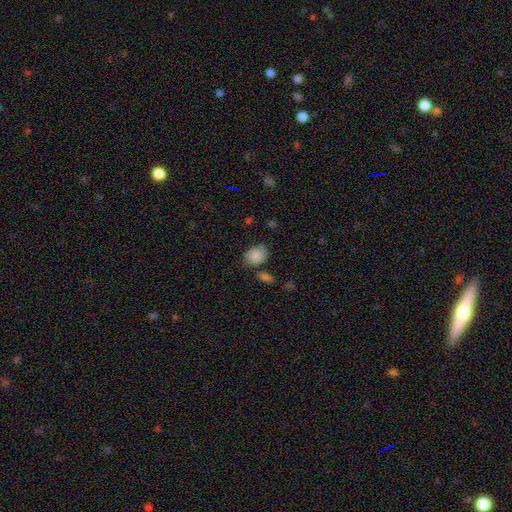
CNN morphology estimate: Q: Smooth or featured?
A: smooth (82%); runner-up: featured or disk (10%)
Q: How rounded?
A: in between (67%); runner-up: round (32%)
Q: Merging?
A: none (60%); runner-up: minor disturbance (25%)